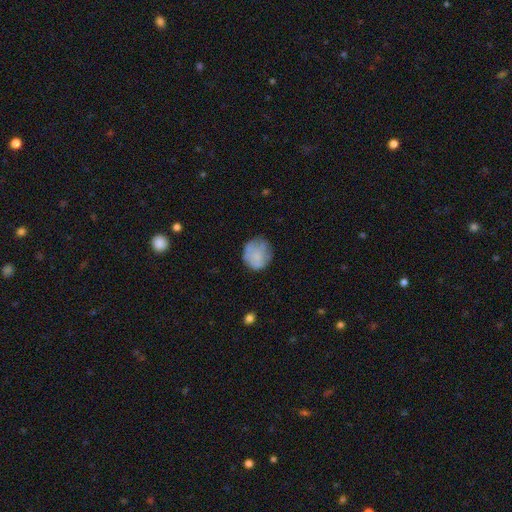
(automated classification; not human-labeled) This is likely a smooth galaxy (68%). How rounded: likely round (78%). Merging: likely none (65%).